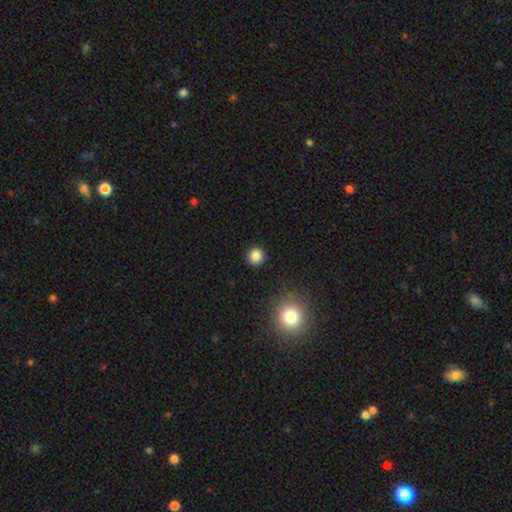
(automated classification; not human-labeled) Smooth or featured? Predicted: smooth (p=0.85). How rounded? Predicted: round (p=0.93). Merging? Predicted: none (p=0.92).